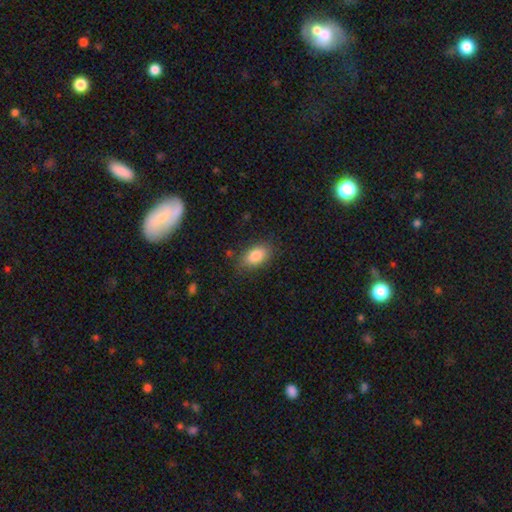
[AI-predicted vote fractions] Smooth or featured: smooth — 84% (featured or disk — 8%)
How rounded: in between — 90% (round — 8%)
Merging: none — 79% (minor disturbance — 15%)